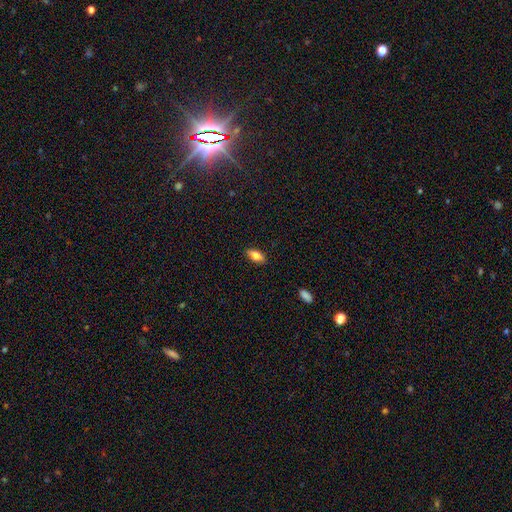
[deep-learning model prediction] Morphology: type=smooth (78%); roundness=in between (85%); merging=none (88%).